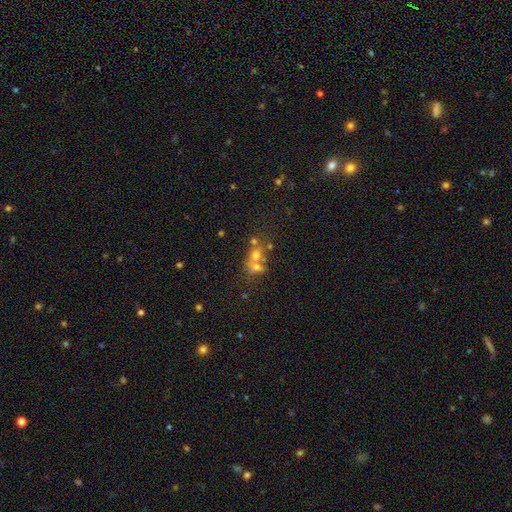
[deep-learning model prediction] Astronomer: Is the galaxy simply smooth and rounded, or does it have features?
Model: smooth — 51%.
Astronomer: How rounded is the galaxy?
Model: round — 71%.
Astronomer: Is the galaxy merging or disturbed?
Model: merger — 53% (runner-up: none, 34%).